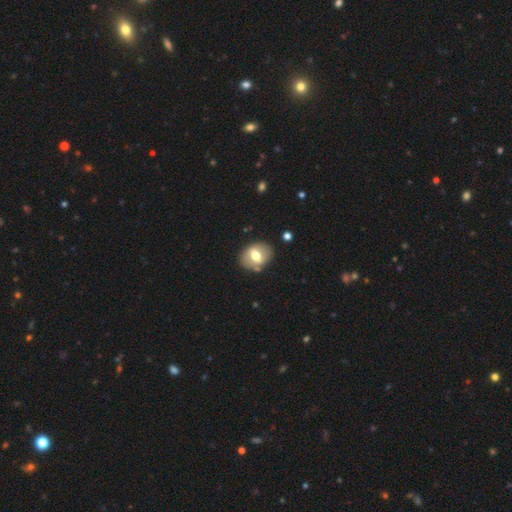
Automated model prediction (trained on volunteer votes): Morphology: type=smooth (53%); roundness=in between (53%); merging=none (80%).